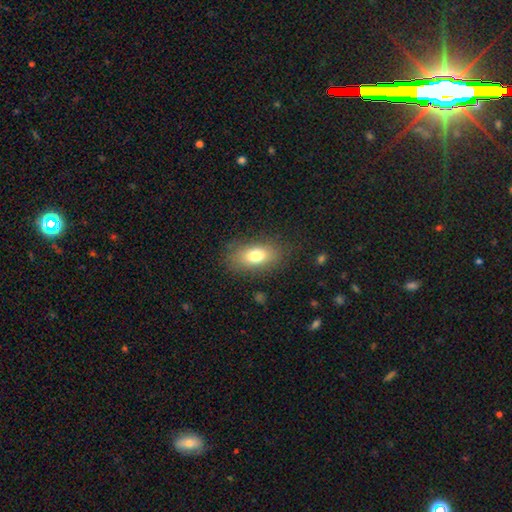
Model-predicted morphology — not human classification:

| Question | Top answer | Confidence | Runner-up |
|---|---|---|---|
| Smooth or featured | smooth | 77% | featured or disk (14%) |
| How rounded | in between | 86% | round (9%) |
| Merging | none | 82% | minor disturbance (12%) |